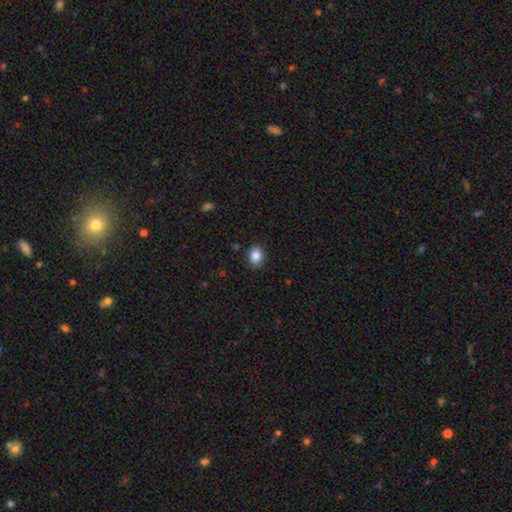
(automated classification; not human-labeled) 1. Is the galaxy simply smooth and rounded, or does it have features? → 86% smooth, 9% star or artifact, 5% featured or disk.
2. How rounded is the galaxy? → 50% in between (tied), 50% round (tied), 1% cigar-shaped.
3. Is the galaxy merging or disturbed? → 89% none, 8% minor disturbance, 2% major disturbance, 1% merger.